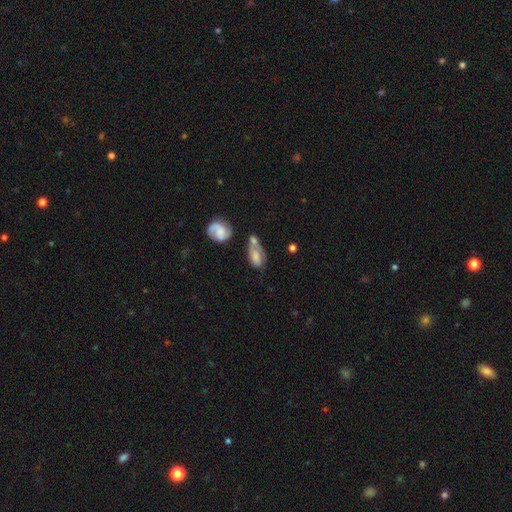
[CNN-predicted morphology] The model was most divided on "merging": merger: 37%, none: 30%, minor disturbance: 21%, major disturbance: 12%. More confident: how rounded — in between (86%); smooth or featured — smooth (61%).